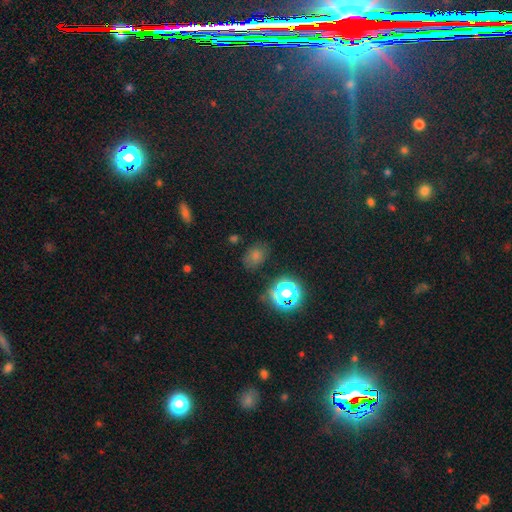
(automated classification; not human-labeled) smooth 54%, star or artifact 37%, featured or disk 9%. Down the decision tree: how rounded — in between (55%); merging — none (77%).